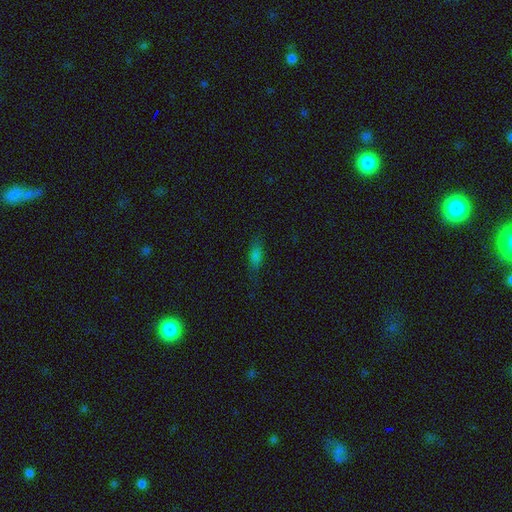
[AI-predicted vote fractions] This is likely a smooth galaxy (74%). How rounded: likely in between (66%). Merging: likely none (74%).